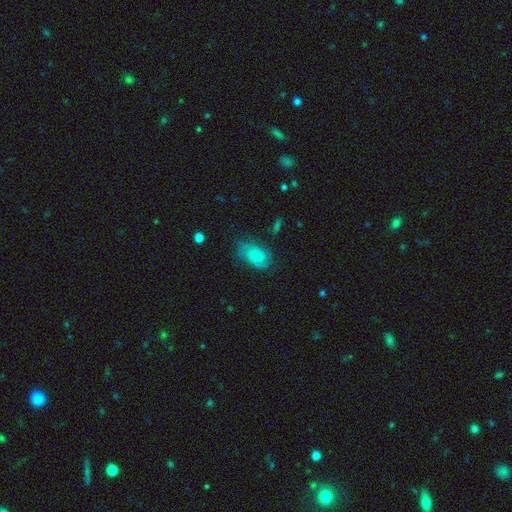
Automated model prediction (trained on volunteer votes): smooth_or_featured: smooth (p=0.53) [alt: featured or disk p=0.39]
how_rounded: in between (p=0.86) [alt: round p=0.12]
merging: none (p=0.58) [alt: minor disturbance p=0.29]